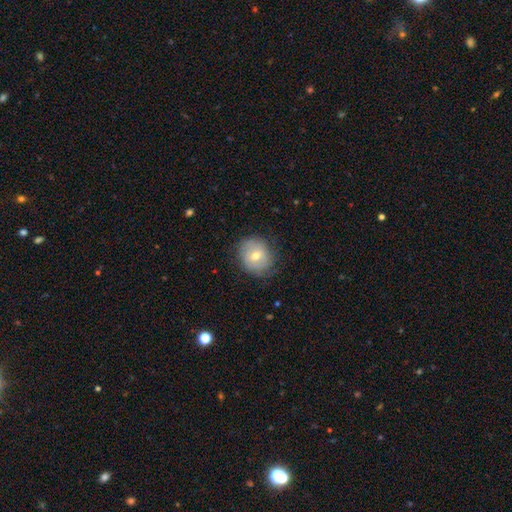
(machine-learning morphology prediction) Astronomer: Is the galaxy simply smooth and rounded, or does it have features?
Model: smooth — 62%.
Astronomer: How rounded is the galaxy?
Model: round — 73%.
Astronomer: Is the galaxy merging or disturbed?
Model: none — 76%.